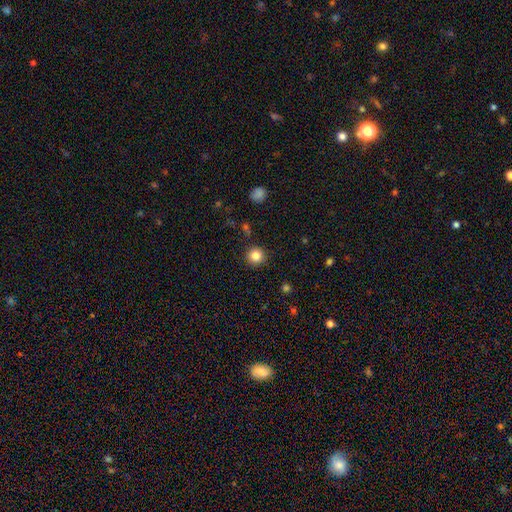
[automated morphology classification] A smooth galaxy with no disk features (83%) that is round (95%).

Vote fractions:
- Smooth or featured? smooth: 83% / star or artifact: 12% / featured or disk: 6%
- How rounded? round: 95% / in between: 4% / cigar-shaped: 1%
- Merging? none: 91% / minor disturbance: 5% / major disturbance: 2% / merger: 1%